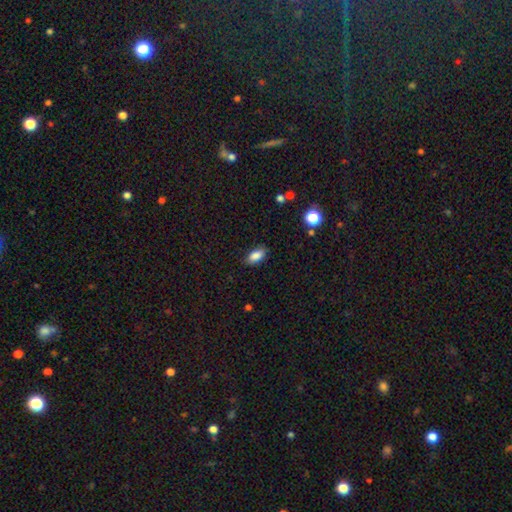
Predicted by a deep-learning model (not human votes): smooth 86%, star or artifact 8%, featured or disk 6%. Down the decision tree: how rounded — in between (89%); merging — none (86%).